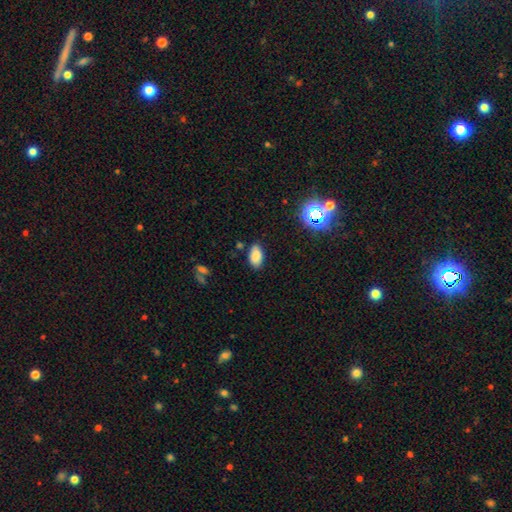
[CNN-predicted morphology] type=smooth (83%); roundness=in between (93%); merging=none (82%).